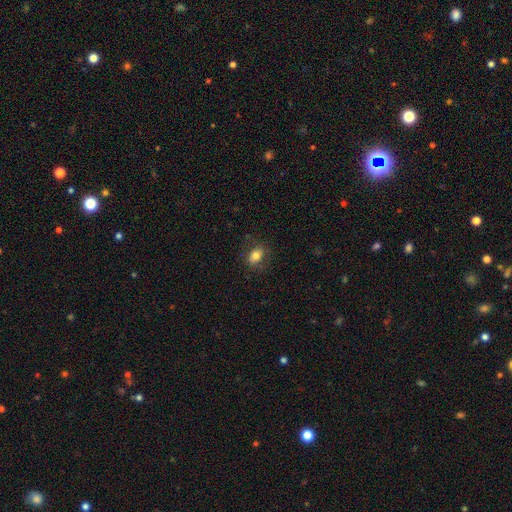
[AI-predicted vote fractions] smooth-or-featured: smooth: 78% | featured or disk: 13% | star or artifact: 9%
  how-rounded: in between: 73% | round: 25% | cigar-shaped: 2%
  merging: none: 79% | minor disturbance: 15% | major disturbance: 6% | merger: 1%